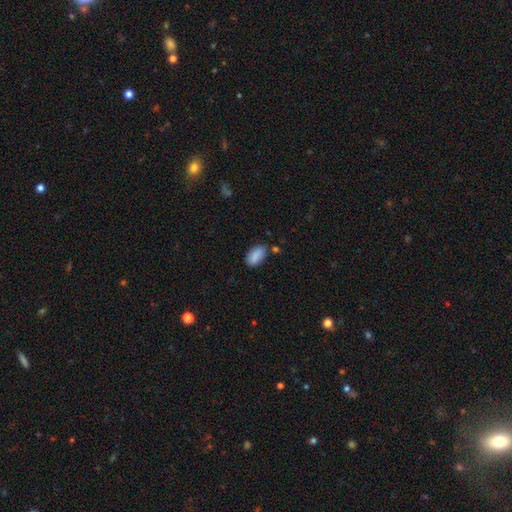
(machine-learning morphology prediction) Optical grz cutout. It shows a smooth galaxy with no disk features (87%) that is in between round and cigar-shaped (93%). Merging: none (72%).